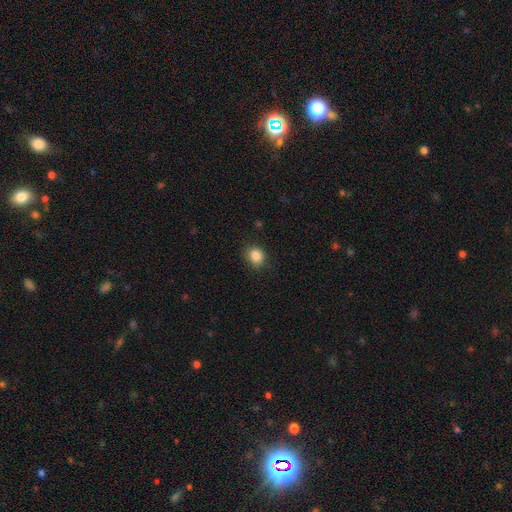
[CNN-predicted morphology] smooth-or-featured: smooth: 85% | star or artifact: 10% | featured or disk: 4%
  how-rounded: round: 67% | in between: 32% | cigar-shaped: 1%
  merging: none: 82% | minor disturbance: 14% | major disturbance: 3% | merger: 1%